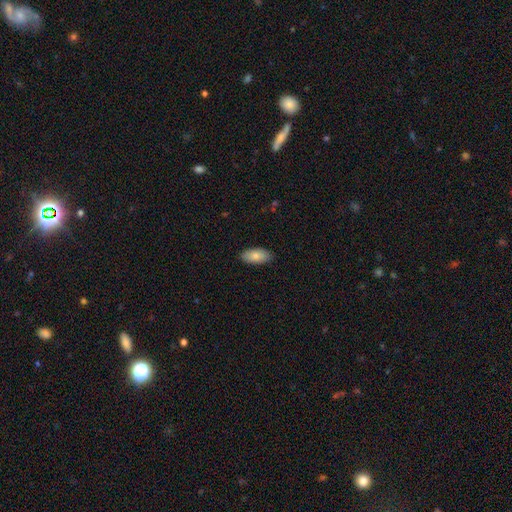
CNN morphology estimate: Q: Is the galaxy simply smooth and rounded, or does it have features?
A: smooth — 84%.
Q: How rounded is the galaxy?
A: in between — 91%.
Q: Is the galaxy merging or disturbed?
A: none — 88%.